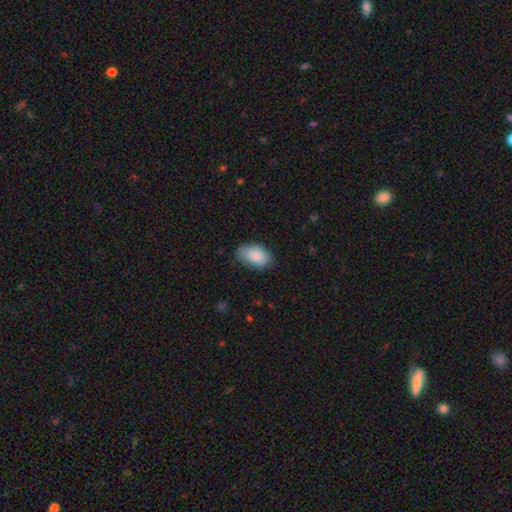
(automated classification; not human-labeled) Smooth or featured? Predicted: smooth (p=0.82). How rounded? Predicted: in between (p=0.92). Merging? Predicted: none (p=0.64).